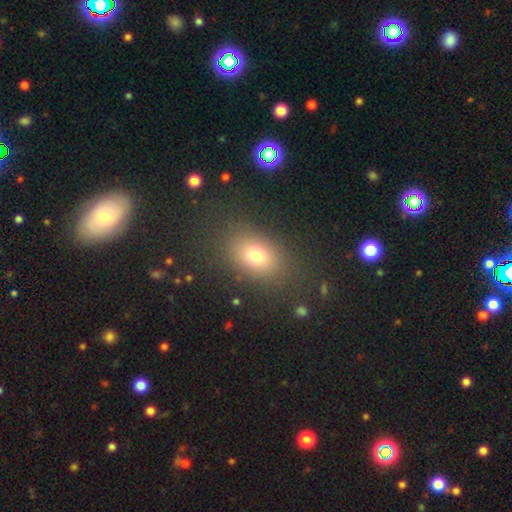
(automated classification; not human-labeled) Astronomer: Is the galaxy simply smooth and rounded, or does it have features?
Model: smooth — 74%.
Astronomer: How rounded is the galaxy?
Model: in between — 72%.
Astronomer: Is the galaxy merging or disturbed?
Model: none — 83%.